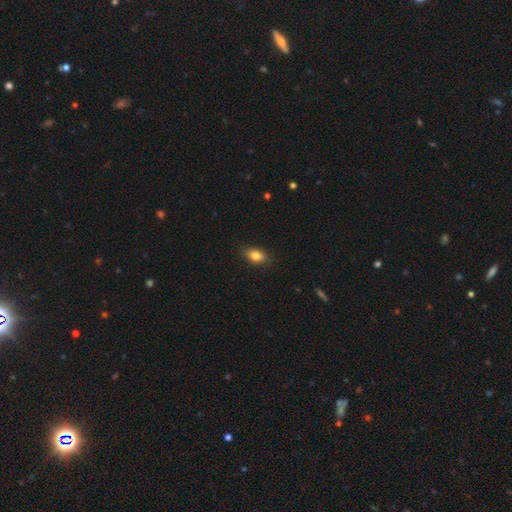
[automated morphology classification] Overall: smooth (83%). How rounded: in between (86%). Merging: none (86%).